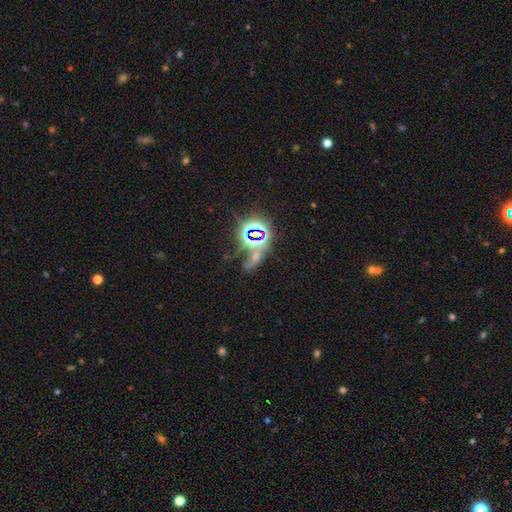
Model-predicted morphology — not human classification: A star or artifact, not a galaxy (64%).

Vote fractions:
- Smooth or featured? star or artifact: 64% / smooth: 22% / featured or disk: 15%